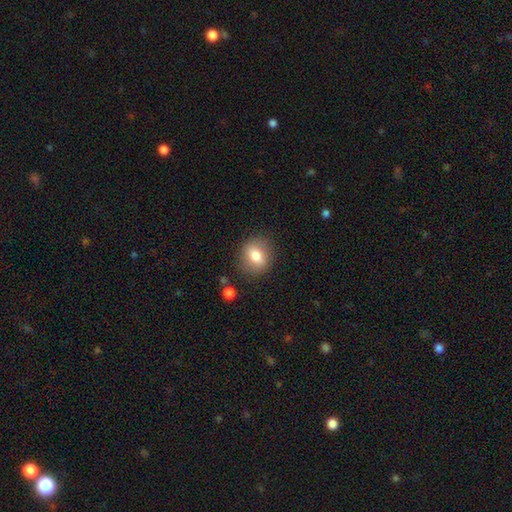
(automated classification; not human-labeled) smooth_or_featured: smooth (p=0.76) [alt: featured or disk p=0.15]
how_rounded: round (p=0.55) [alt: in between p=0.43]
merging: none (p=0.83) [alt: minor disturbance p=0.11]